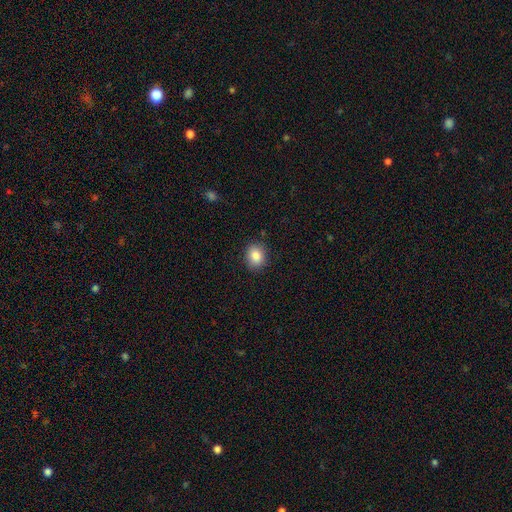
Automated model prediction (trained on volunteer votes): Overall: smooth (85%). How rounded: round (59%; in between 40%). Merging: none (87%).